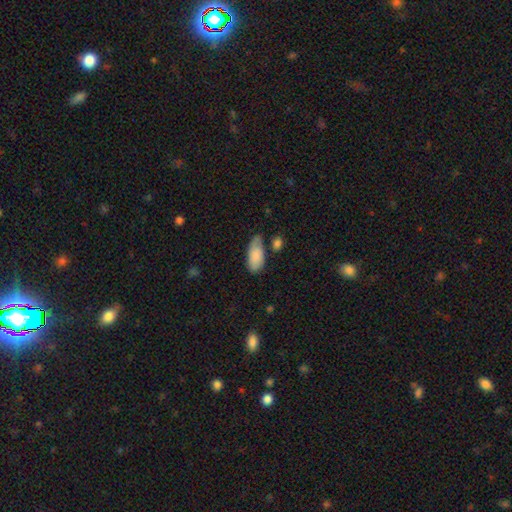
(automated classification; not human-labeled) Smooth or featured?
  - smooth: 81% *
  - featured or disk: 12%
  - star or artifact: 6%
How rounded?
  - in between: 91% *
  - cigar-shaped: 7%
  - round: 2%
Merging?
  - none: 52% *
  - minor disturbance: 31%
  - major disturbance: 9%
  - merger: 8%